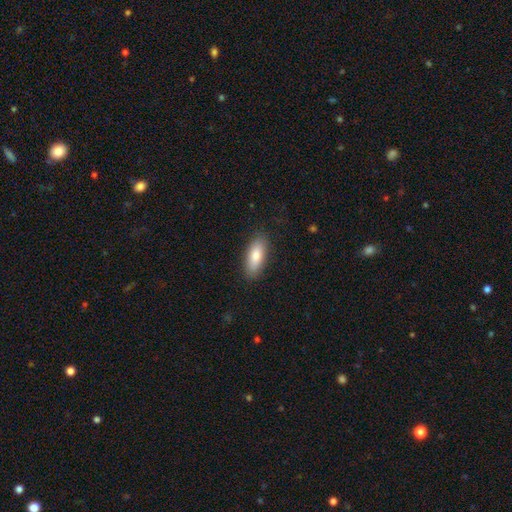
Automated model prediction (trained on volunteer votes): Smooth or featured: smooth — 80% (featured or disk — 14%)
How rounded: in between — 76% (cigar-shaped — 21%)
Merging: none — 87% (minor disturbance — 10%)